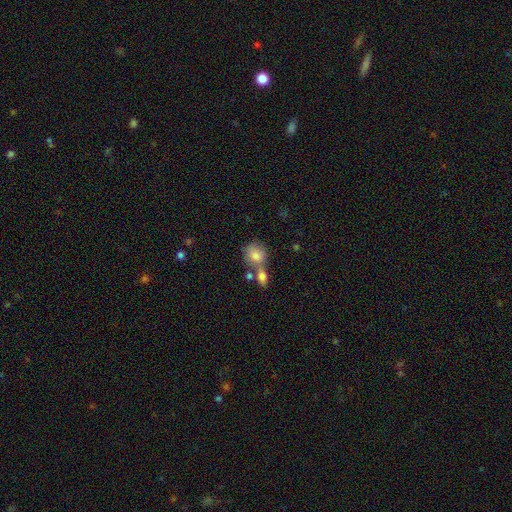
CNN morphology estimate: A smooth galaxy with no disk features (81%) that is round (71%).

Vote fractions:
- Smooth or featured? smooth: 81% / featured or disk: 11% / star or artifact: 8%
- How rounded? round: 71% / in between: 27% / cigar-shaped: 1%
- Merging? none: 41% (tied) / merger: 41% (tied) / minor disturbance: 12% / major disturbance: 5%